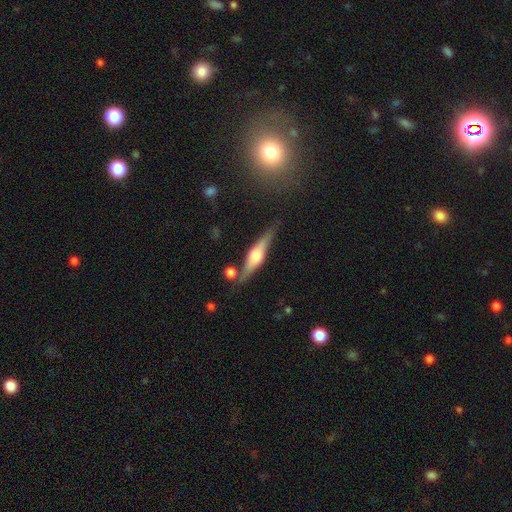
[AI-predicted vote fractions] featured or disk 72%, smooth 21%, star or artifact 7%. Down the decision tree: edge-on disk — yes (96%); edge-on bulge — rounded (86%); merging — none (78%).